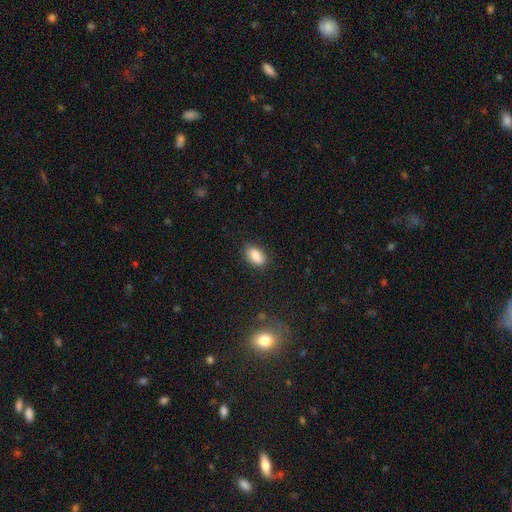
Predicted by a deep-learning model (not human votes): Morphology: type=smooth (85%); roundness=in between (89%); merging=none (81%).